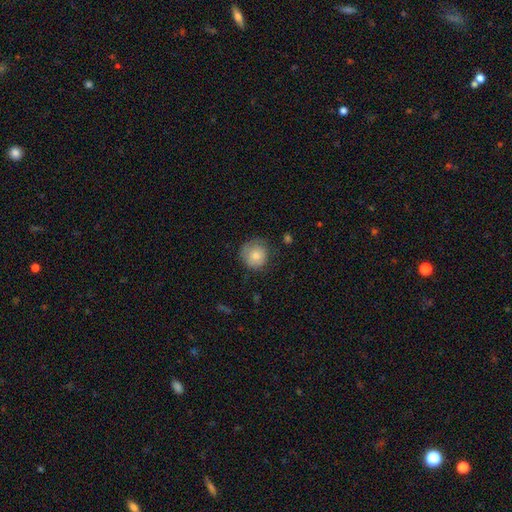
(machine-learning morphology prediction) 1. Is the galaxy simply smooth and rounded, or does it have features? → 79% smooth, 13% featured or disk, 8% star or artifact.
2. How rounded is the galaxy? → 90% round, 9% in between, 1% cigar-shaped.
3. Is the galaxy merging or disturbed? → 69% none, 23% minor disturbance, 7% major disturbance, 1% merger.